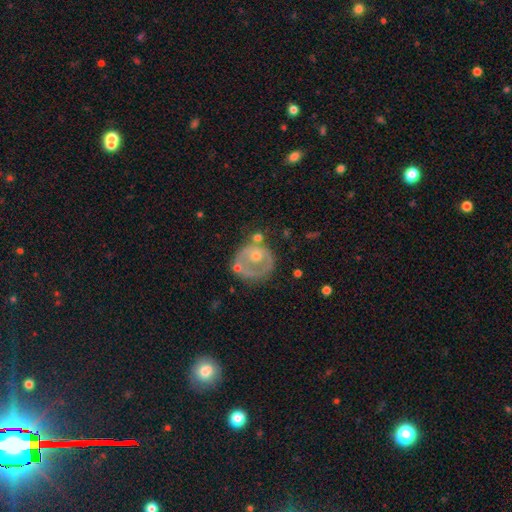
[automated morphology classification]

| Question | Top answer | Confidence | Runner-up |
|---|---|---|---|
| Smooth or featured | featured or disk | 58% | smooth (34%) |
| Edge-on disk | no | 96% | yes (4%) |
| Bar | no | 83% | weak (13%) |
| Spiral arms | no | 75% | yes (25%) |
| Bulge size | moderate | 54% | small (38%) |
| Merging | none | 53% | minor disturbance (22%) |